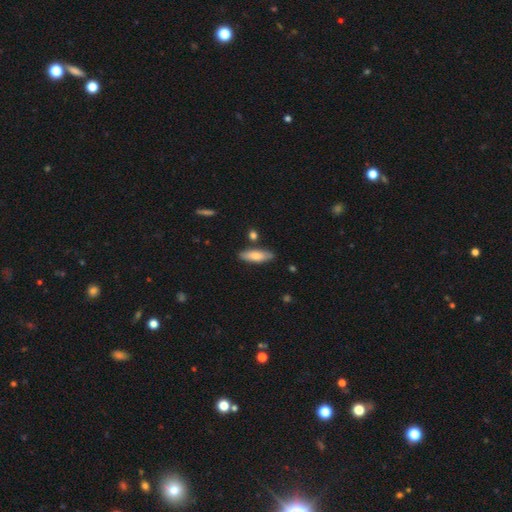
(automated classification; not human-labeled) Smooth or featured? smooth (75%)
How rounded? in between (58%)
Merging? none (82%)